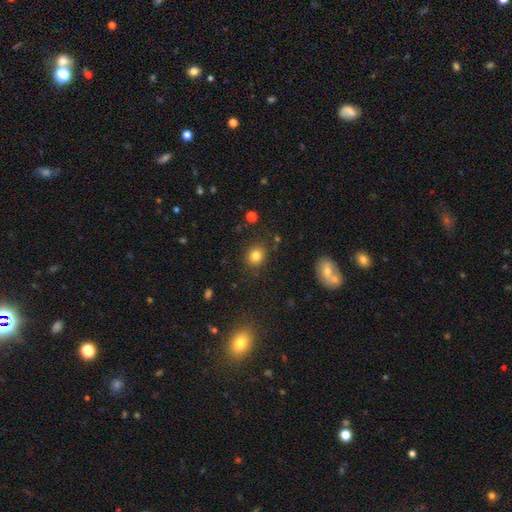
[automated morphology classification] The model was most divided on "how rounded": round: 73%, in between: 26%, cigar-shaped: 1%. More confident: merging — none (87%); smooth or featured — smooth (81%).